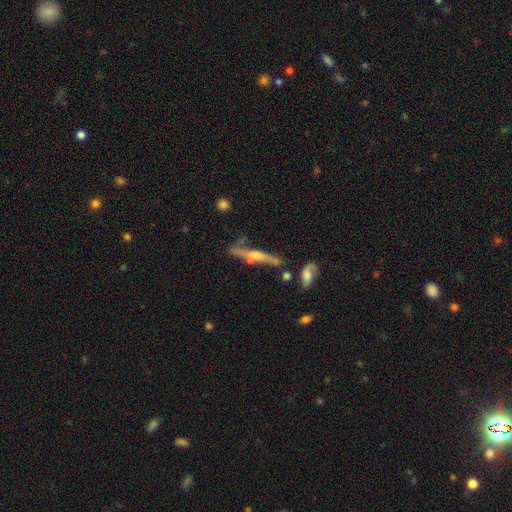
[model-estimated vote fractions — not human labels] smooth-or-featured: featured or disk: 70% | smooth: 23% | star or artifact: 7%
  disk-edge-on: yes: 93% | no: 7%
    edge-on-bulge: rounded: 77% | none: 15% | boxy: 8%
  merging: none: 69% | minor disturbance: 18% | merger: 8% | major disturbance: 5%